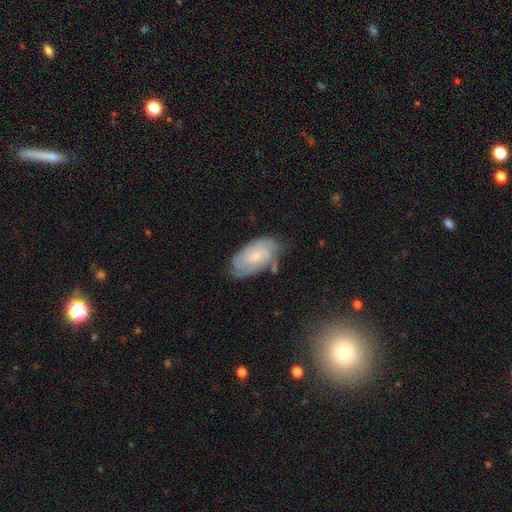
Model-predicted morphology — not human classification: smooth-or-featured: featured or disk: 71% | smooth: 22% | star or artifact: 7%
  disk-edge-on: no: 96% | yes: 4%
    bar: no: 66% | weak: 29% | strong: 5%
    has-spiral-arms: yes: 93% | no: 7%
      spiral-winding: tight: 64% | medium: 29% | loose: 8%
      spiral-arm-count: can't tell: 38% | 2: 24% | 3: 20% | 4: 9% | 1: 4% | more than 4: 4%
    bulge-size: small: 66% | moderate: 25% | none: 6% | large: 2% | dominant: 1%
  merging: none: 67% | minor disturbance: 23% | major disturbance: 7% | merger: 3%